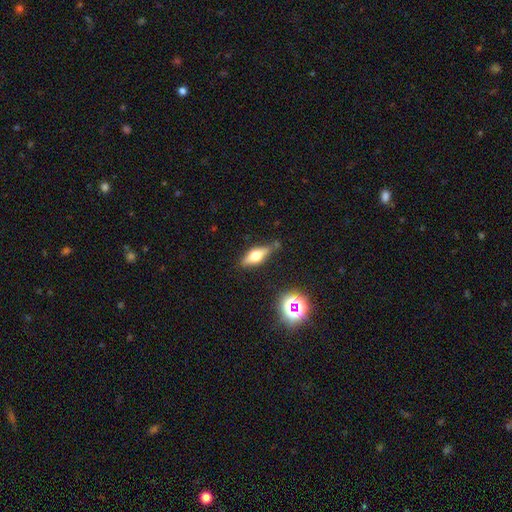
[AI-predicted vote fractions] Smooth or featured: featured or disk — 52% (smooth — 37%)
Edge-on disk: yes — 90% (no — 10%)
Merging: none — 78% (minor disturbance — 15%)